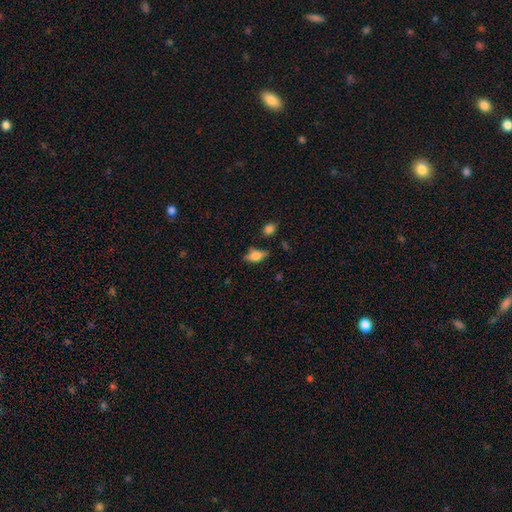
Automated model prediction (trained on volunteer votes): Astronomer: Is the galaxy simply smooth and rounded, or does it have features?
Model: smooth — 64%.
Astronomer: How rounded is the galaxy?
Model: in between — 79%.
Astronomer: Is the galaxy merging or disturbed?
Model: none — 69%.